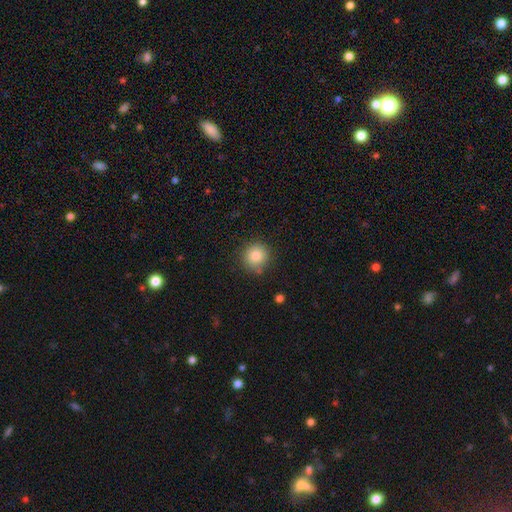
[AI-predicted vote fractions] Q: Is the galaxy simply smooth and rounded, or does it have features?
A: smooth — 85%.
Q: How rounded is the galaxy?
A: round — 93%.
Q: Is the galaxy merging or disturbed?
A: none — 85%.